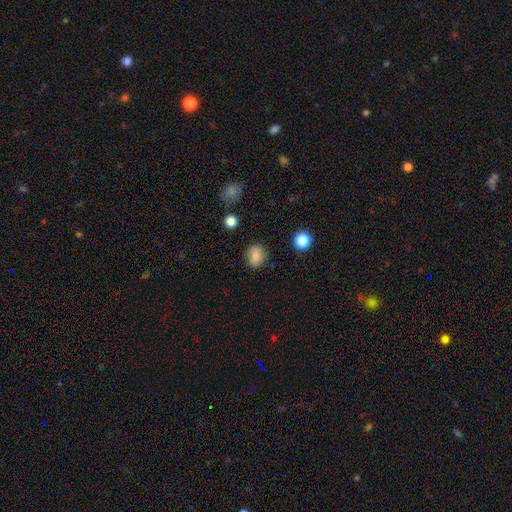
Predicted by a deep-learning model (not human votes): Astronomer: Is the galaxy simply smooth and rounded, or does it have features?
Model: smooth — 84%.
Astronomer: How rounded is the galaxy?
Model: round — 55% (runner-up: in between, 44%).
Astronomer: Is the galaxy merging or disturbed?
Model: none — 80%.